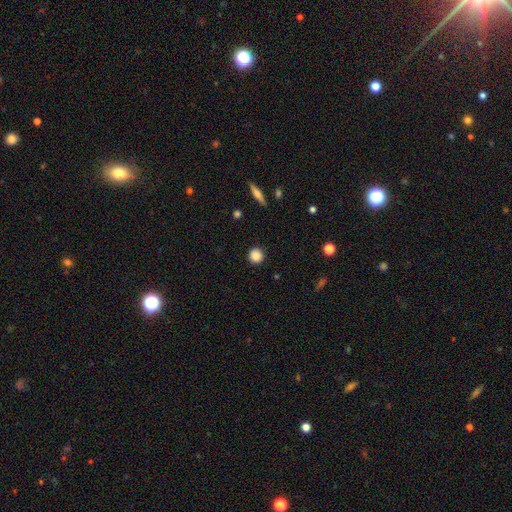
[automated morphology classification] smooth 86%, star or artifact 9%, featured or disk 5%. Down the decision tree: how rounded — round (95%); merging — none (92%).